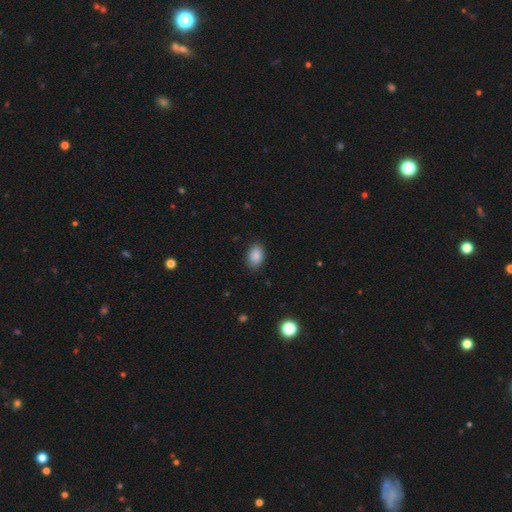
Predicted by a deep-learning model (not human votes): Smooth or featured?
  - smooth: 88% *
  - star or artifact: 8%
  - featured or disk: 4%
How rounded?
  - in between: 85% *
  - round: 14%
  - cigar-shaped: 1%
Merging?
  - none: 86% *
  - minor disturbance: 10%
  - major disturbance: 3%
  - merger: 1%